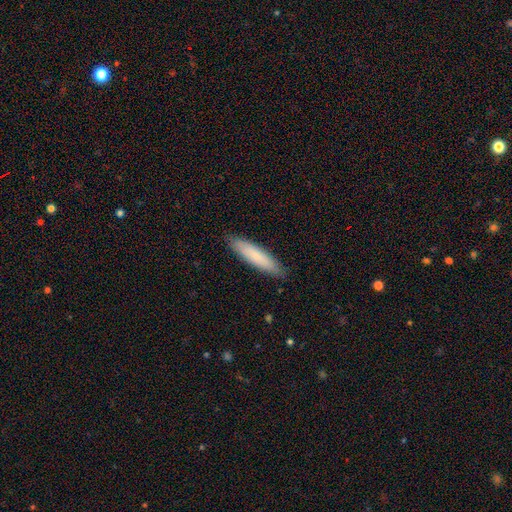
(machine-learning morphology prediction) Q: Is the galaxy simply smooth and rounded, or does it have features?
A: smooth — 77%.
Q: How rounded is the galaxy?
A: cigar-shaped — 81%.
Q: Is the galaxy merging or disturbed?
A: none — 89%.